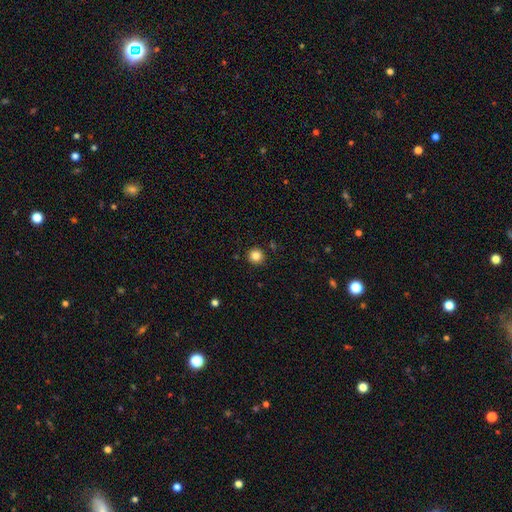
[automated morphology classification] type=smooth (85%); roundness=round (94%); merging=none (91%).